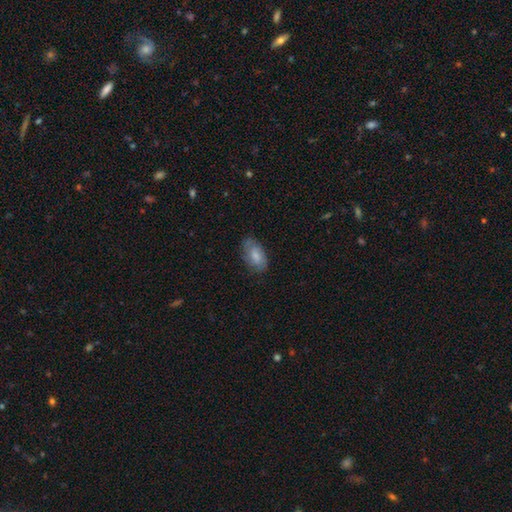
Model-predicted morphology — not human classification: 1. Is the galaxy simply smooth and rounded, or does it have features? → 67% smooth, 27% featured or disk, 7% star or artifact.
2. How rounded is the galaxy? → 92% in between, 5% round, 3% cigar-shaped.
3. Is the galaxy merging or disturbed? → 75% none, 19% minor disturbance, 5% major disturbance, 1% merger.